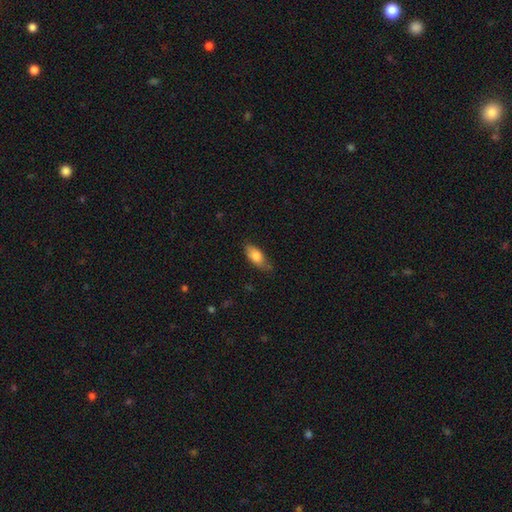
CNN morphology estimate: This is likely a smooth galaxy (79%). How rounded: clearly in between (82%). Merging: likely none (68%).